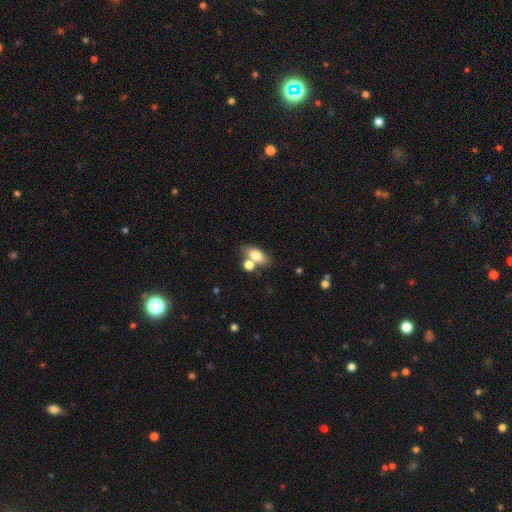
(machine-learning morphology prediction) Smooth or featured? Predicted: smooth (p=0.75). How rounded? Predicted: in between (p=0.81). Merging? Predicted: none (p=0.55).